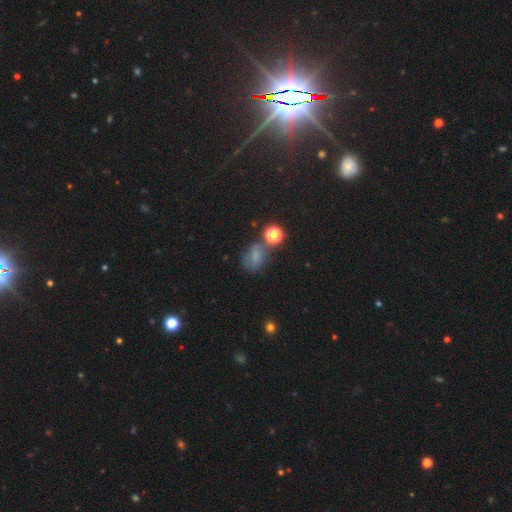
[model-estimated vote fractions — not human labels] Smooth or featured? Predicted: smooth (p=0.62). How rounded? Predicted: in between (p=0.65). Merging? Predicted: none (p=0.48).